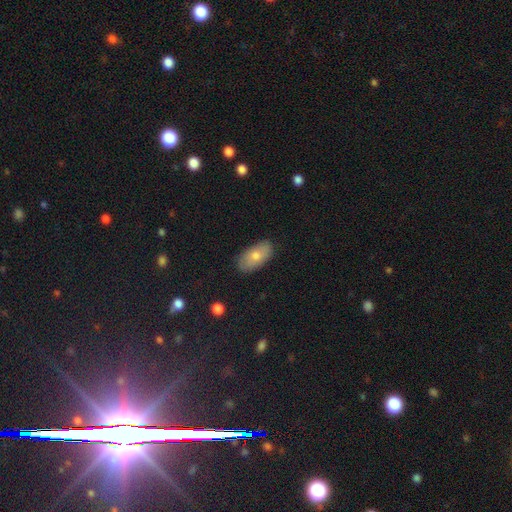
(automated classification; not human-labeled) Overall: smooth (71%). How rounded: in between (93%). Merging: none (85%).